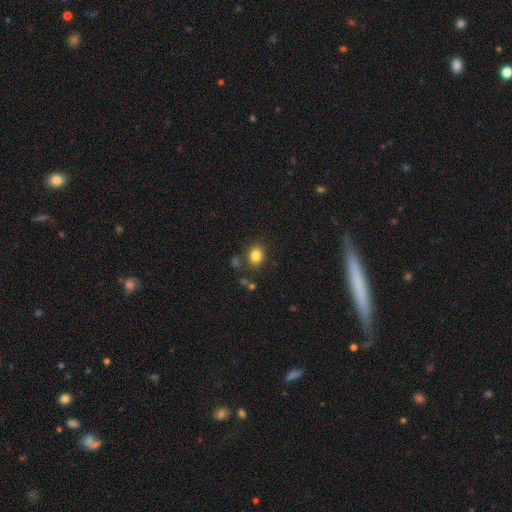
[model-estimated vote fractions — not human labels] smooth_or_featured: smooth (p=0.83) [alt: star or artifact p=0.11]
how_rounded: round (p=0.54) [alt: in between p=0.45]
merging: none (p=0.79) [alt: minor disturbance p=0.12]